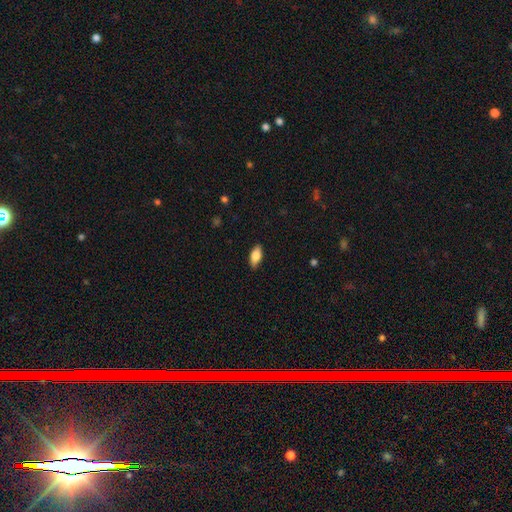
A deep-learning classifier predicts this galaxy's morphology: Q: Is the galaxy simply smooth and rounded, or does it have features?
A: smooth — 78%.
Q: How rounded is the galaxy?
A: in between — 85%.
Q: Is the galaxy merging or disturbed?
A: none — 87%.